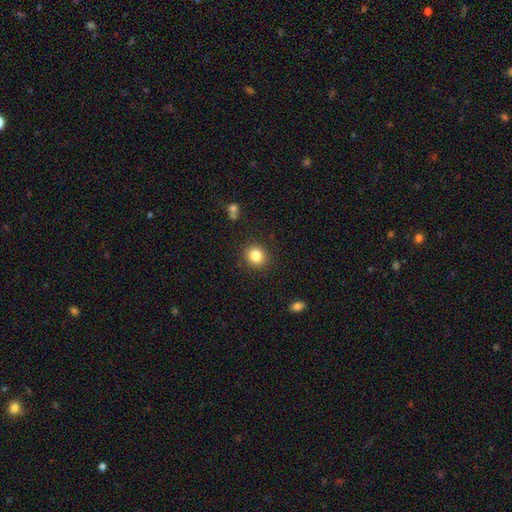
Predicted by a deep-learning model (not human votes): smooth 83%, star or artifact 10%, featured or disk 6%. Down the decision tree: how rounded — round (80%); merging — none (89%).